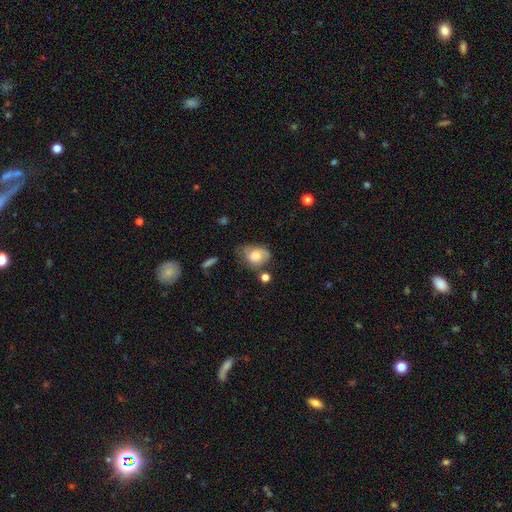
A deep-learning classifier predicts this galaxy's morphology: type=smooth (67%); roundness=in between (71%); merging=none (40%).